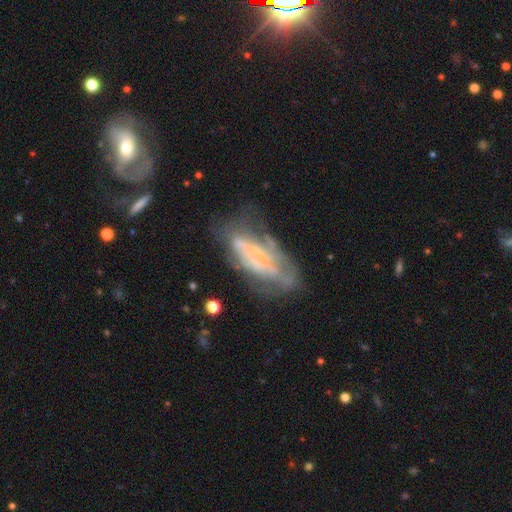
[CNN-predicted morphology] Smooth or featured?
  - featured or disk: 60% *
  - smooth: 30%
  - star or artifact: 10%
Edge-on disk?
  - no: 88% *
  - yes: 12%
Bar?
  - no: 81% *
  - weak: 14%
  - strong: 5%
Spiral arms?
  - no: 72% *
  - yes: 28%
Bulge size?
  - none: 57% *
  - small: 29%
  - moderate: 10%
  - large: 3%
  - dominant: 1%
Merging?
  - none: 39% *
  - major disturbance: 26%
  - minor disturbance: 26%
  - merger: 9%